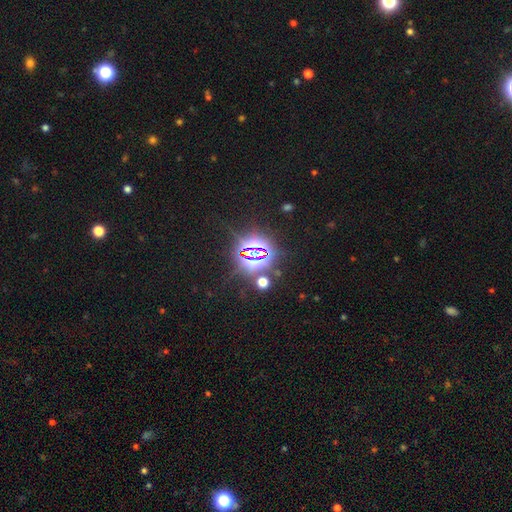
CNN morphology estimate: This is clearly a star or artifact rather than a galaxy (82%).